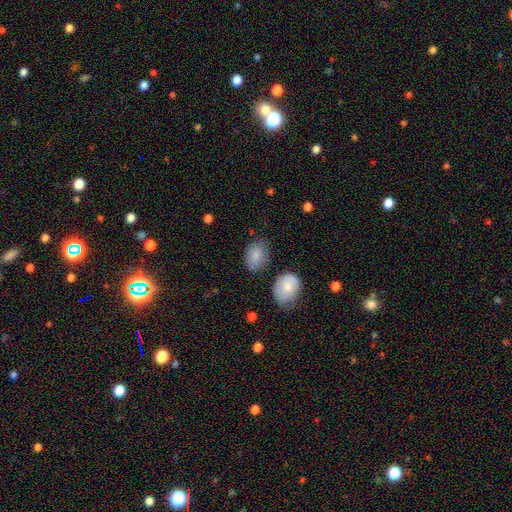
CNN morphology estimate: smooth 84%, featured or disk 9%, star or artifact 7%. Down the decision tree: how rounded — in between (79%); merging — none (69%).